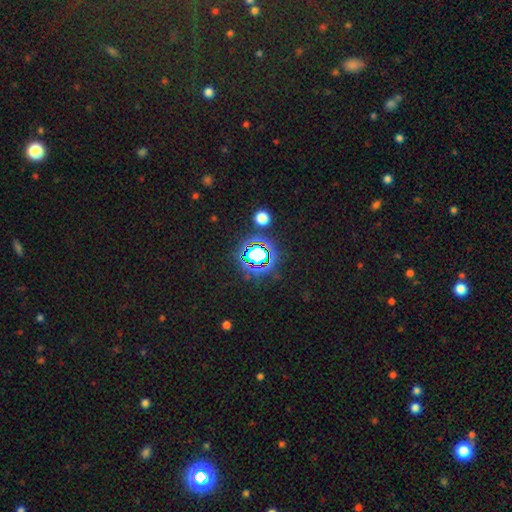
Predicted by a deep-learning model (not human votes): Smooth or featured? Predicted: star or artifact (p=0.69).